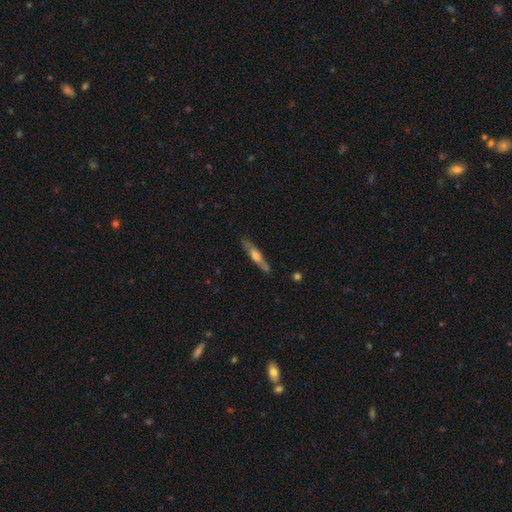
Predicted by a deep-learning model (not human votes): smooth-or-featured: featured or disk: 51% | smooth: 44% | star or artifact: 6%
  disk-edge-on: yes: 85% | no: 15%
  merging: none: 82% | minor disturbance: 13% | major disturbance: 3% | merger: 2%